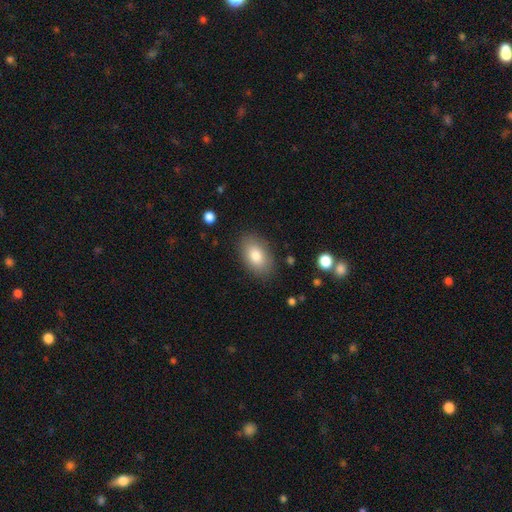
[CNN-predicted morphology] This appears to be a smooth galaxy with no disk features (81%) that is in between round and cigar-shaped (90%). Merging: none (86%).